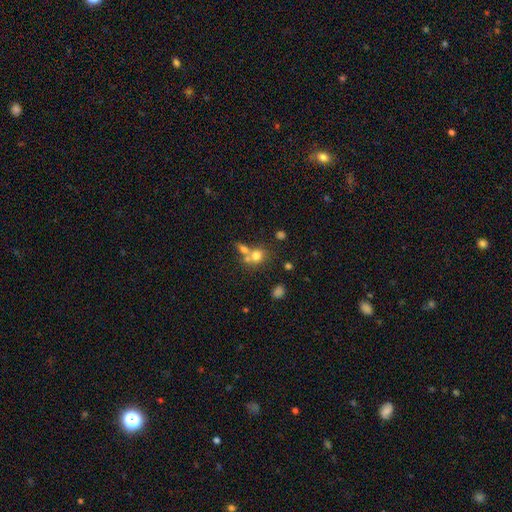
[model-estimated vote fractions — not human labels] Smooth or featured? Predicted: smooth (p=0.72). How rounded? Predicted: round (p=0.69). Merging? Predicted: merger (p=0.49).